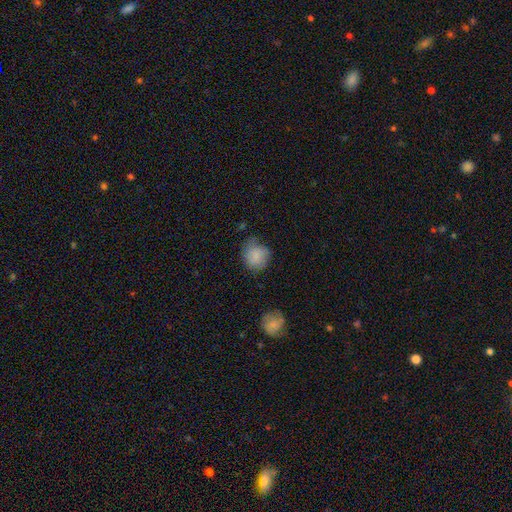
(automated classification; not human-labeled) A smooth galaxy with no disk features (78%) that is round (79%). Merging: none (60%).